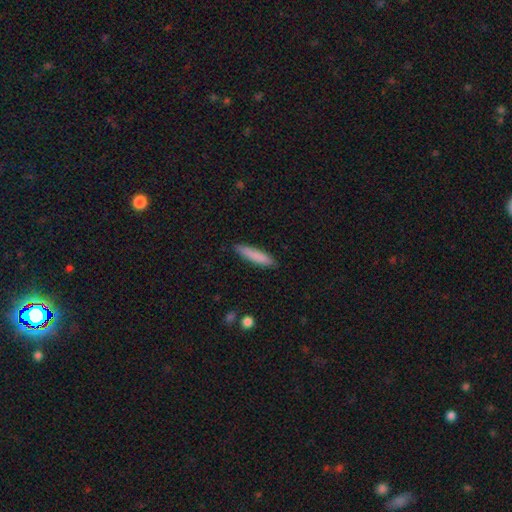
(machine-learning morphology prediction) smooth 83%, featured or disk 10%, star or artifact 6%. Down the decision tree: how rounded — cigar-shaped (87%); merging — none (88%).